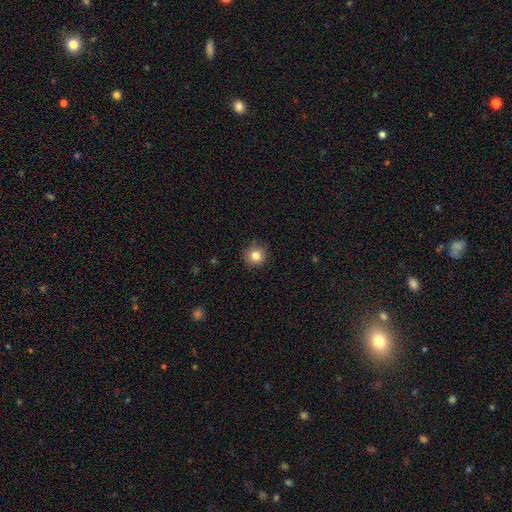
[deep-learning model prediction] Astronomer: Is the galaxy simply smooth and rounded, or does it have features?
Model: smooth — 83%.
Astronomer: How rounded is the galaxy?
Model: round — 93%.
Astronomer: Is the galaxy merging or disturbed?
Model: none — 88%.